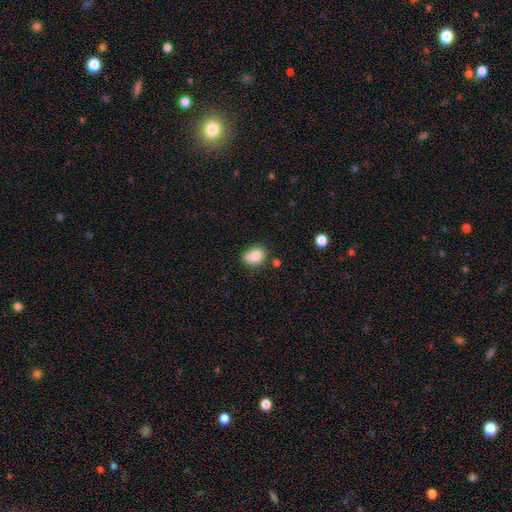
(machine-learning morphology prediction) A smooth galaxy with no disk features (80%) that is in between round and cigar-shaped (54%). Merging: none (48%).